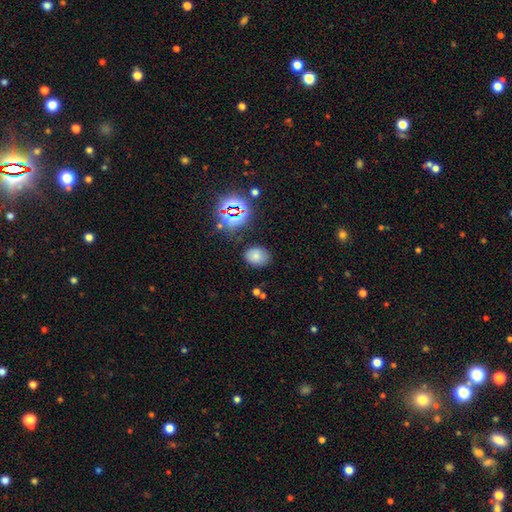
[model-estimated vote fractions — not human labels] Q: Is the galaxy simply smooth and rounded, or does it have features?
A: smooth — 72%.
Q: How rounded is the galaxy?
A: in between — 66%.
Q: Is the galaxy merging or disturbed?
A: none — 80%.